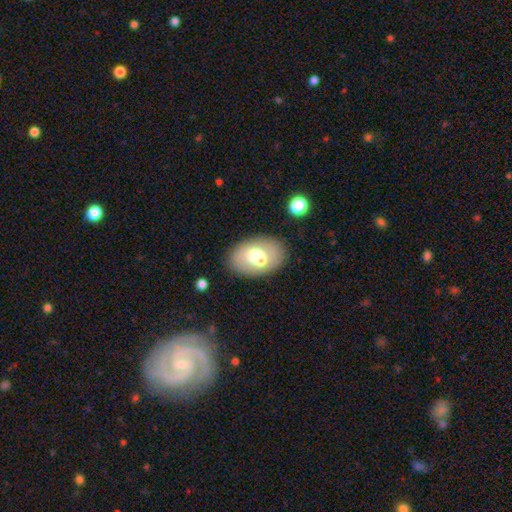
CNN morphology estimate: This is likely a smooth galaxy (62%). How rounded: clearly in between (84%). Merging: likely none (65%).